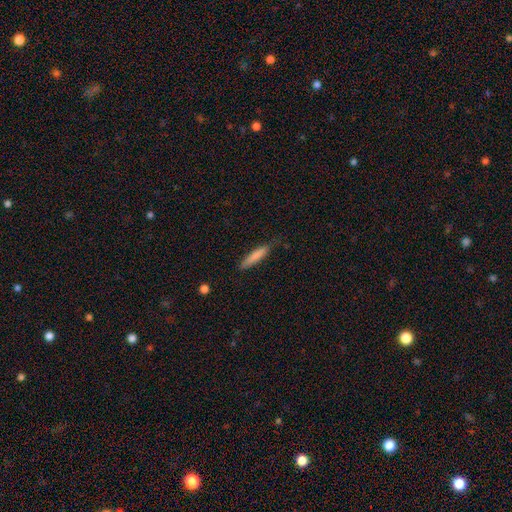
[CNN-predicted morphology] Smooth or featured? Predicted: smooth (p=0.82). How rounded? Predicted: cigar-shaped (p=0.83). Merging? Predicted: none (p=0.77).